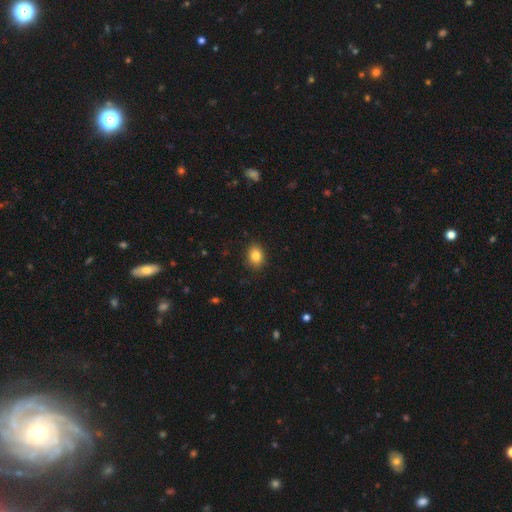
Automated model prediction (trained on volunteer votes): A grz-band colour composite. It shows a smooth galaxy with no disk features (84%) that is in between round and cigar-shaped (68%). Merging: none (88%).